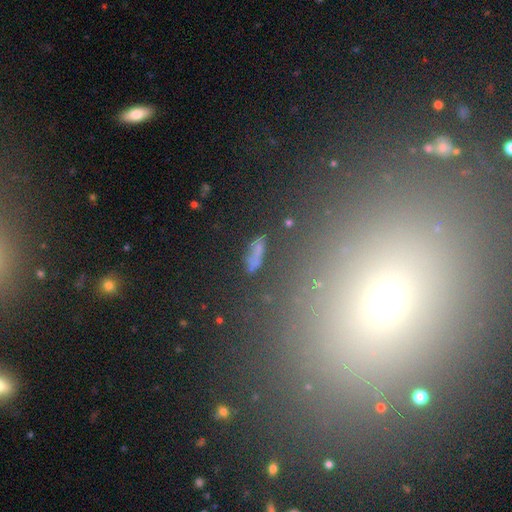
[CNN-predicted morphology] smooth 51%, star or artifact 25%, featured or disk 24%. Down the decision tree: how rounded — in between (49%); merging — none (65%).